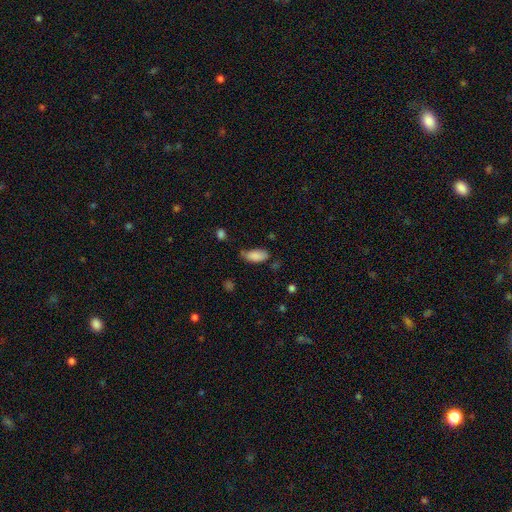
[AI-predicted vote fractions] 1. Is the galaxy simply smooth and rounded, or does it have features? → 87% smooth, 7% star or artifact, 6% featured or disk.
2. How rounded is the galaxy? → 88% in between, 10% cigar-shaped, 2% round.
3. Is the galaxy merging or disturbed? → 59% none, 31% minor disturbance, 7% major disturbance, 4% merger.